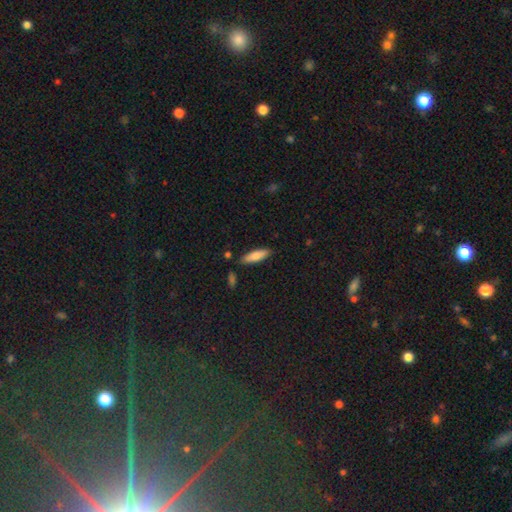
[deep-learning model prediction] Smooth or featured: smooth — 74% (featured or disk — 20%)
How rounded: cigar-shaped — 59% (in between — 40%)
Merging: none — 84% (minor disturbance — 11%)